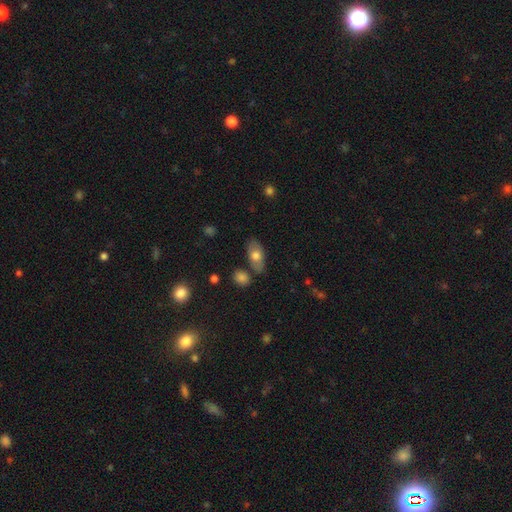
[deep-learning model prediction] Smooth or featured?
  - smooth: 71% *
  - featured or disk: 22%
  - star or artifact: 7%
How rounded?
  - in between: 89% *
  - cigar-shaped: 6%
  - round: 5%
Merging?
  - none: 76% *
  - minor disturbance: 13%
  - merger: 7%
  - major disturbance: 3%